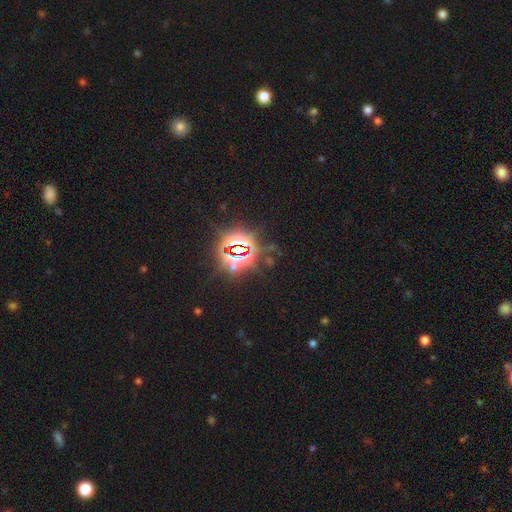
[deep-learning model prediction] The model was most divided on "smooth or featured": star or artifact: 83%, smooth: 11%, featured or disk: 6%.